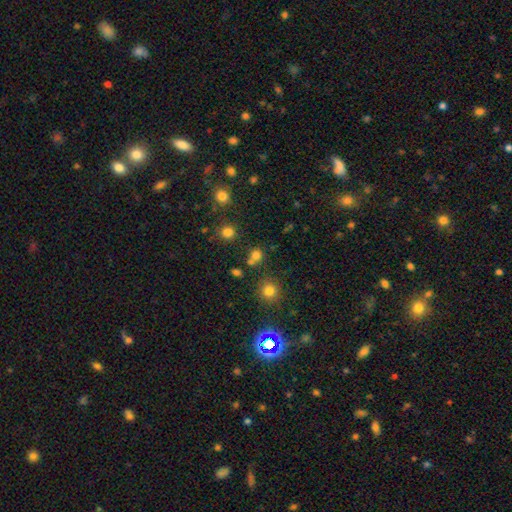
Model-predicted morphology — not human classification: A smooth galaxy with no disk features (73%) that is round (85%).

Vote fractions:
- Smooth or featured? smooth: 73% / star or artifact: 20% / featured or disk: 7%
- How rounded? round: 85% / in between: 14% / cigar-shaped: 1%
- Merging? none: 66% / merger: 21% / minor disturbance: 9% / major disturbance: 4%